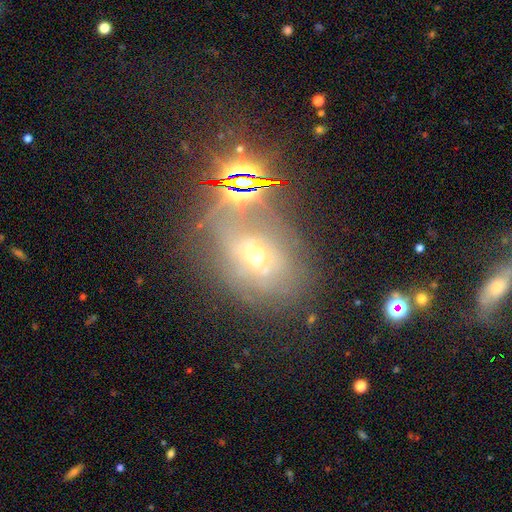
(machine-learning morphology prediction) Smooth or featured: featured or disk — 41% (smooth — 33%)
Merging: none — 51% (minor disturbance — 20%)